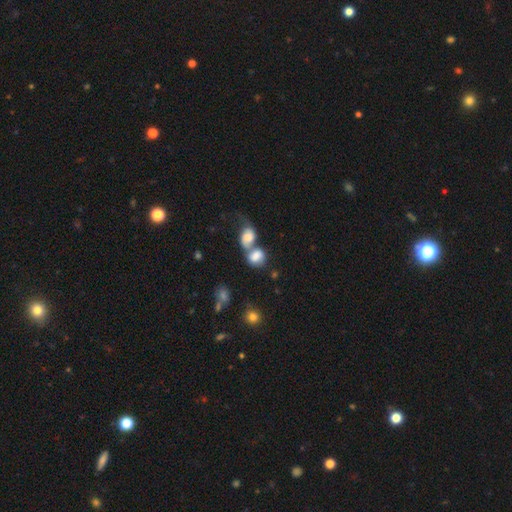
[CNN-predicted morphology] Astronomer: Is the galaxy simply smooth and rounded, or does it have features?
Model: smooth — 71%.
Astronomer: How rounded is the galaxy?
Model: in between — 55% (runner-up: round, 44%).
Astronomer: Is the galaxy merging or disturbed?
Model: merger — 72%.